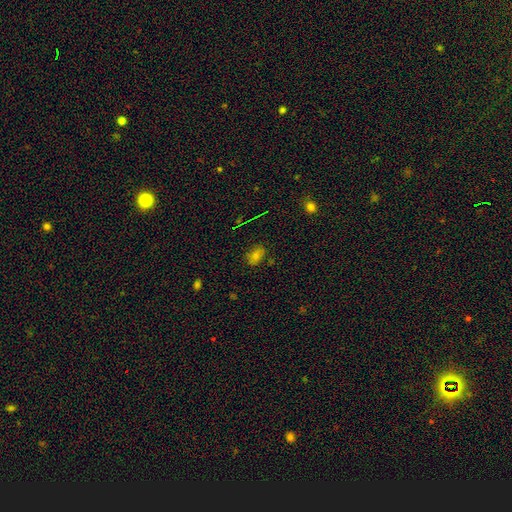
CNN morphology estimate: smooth-or-featured: smooth: 65% | star or artifact: 23% | featured or disk: 12%
  how-rounded: in between: 76% | round: 22% | cigar-shaped: 2%
  merging: none: 79% | minor disturbance: 16% | major disturbance: 4% | merger: 2%